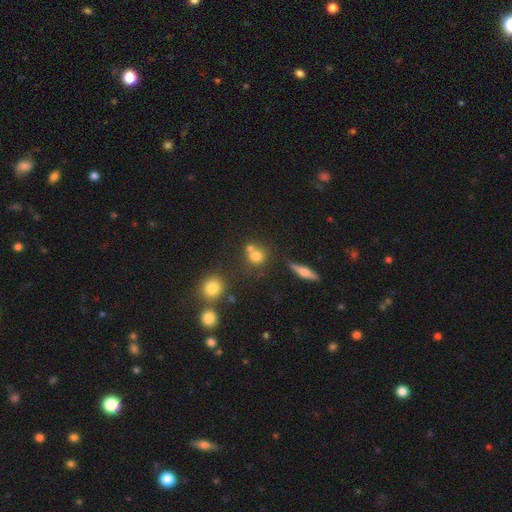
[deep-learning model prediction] Overall: smooth (72%). How rounded: round (83%). Merging: none (50%; merger 36%).